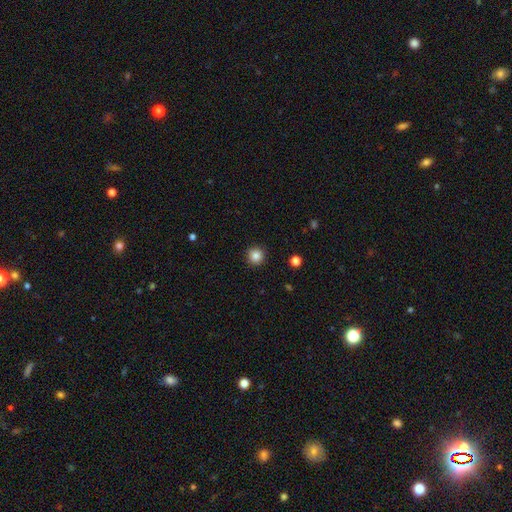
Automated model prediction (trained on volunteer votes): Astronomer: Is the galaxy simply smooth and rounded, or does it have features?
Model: smooth — 85%.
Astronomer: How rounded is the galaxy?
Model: round — 95%.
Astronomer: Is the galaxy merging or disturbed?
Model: none — 92%.